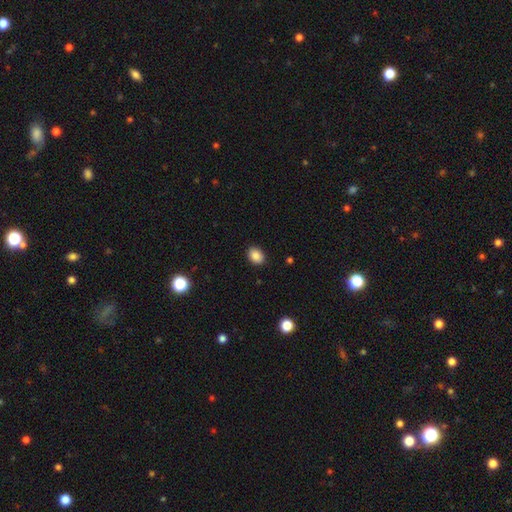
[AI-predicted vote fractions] Smooth or featured?
  - smooth: 86% *
  - star or artifact: 9%
  - featured or disk: 5%
How rounded?
  - in between: 66% *
  - round: 33%
  - cigar-shaped: 1%
Merging?
  - none: 89% *
  - minor disturbance: 8%
  - major disturbance: 2%
  - merger: 1%